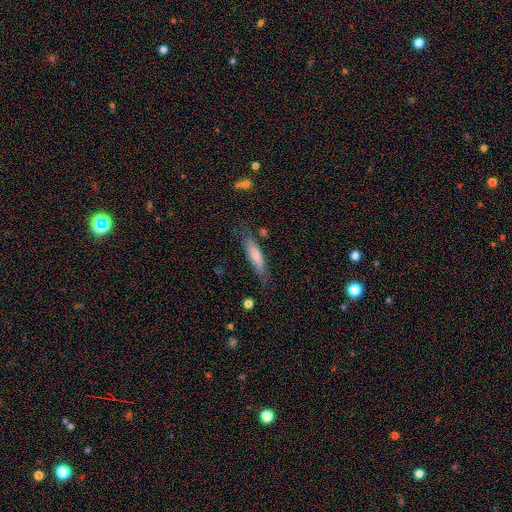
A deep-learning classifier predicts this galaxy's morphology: This is likely a smooth galaxy (66%). How rounded: likely cigar-shaped (71%). Merging: likely none (71%).